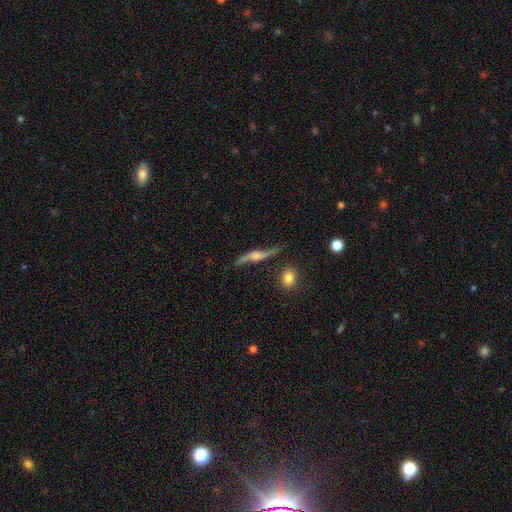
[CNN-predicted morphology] The model was most divided on "edge-on disk": yes: 69%, no: 31%. More confident: edge-on bulge — rounded (83%); smooth or featured — featured or disk (77%); merging — none (69%).